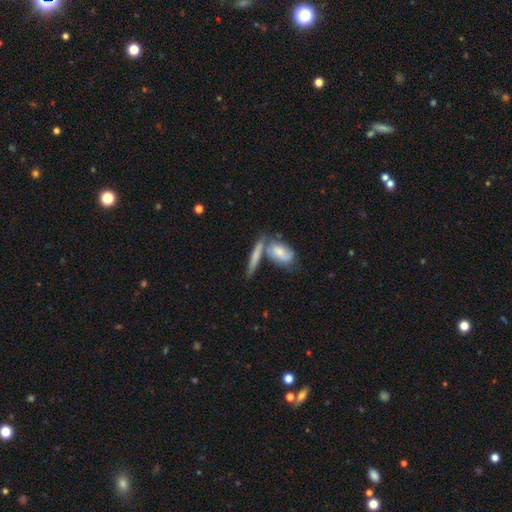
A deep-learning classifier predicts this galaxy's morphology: smooth 58%, featured or disk 35%, star or artifact 6%. Down the decision tree: how rounded — cigar-shaped (71%); merging — none (47%).